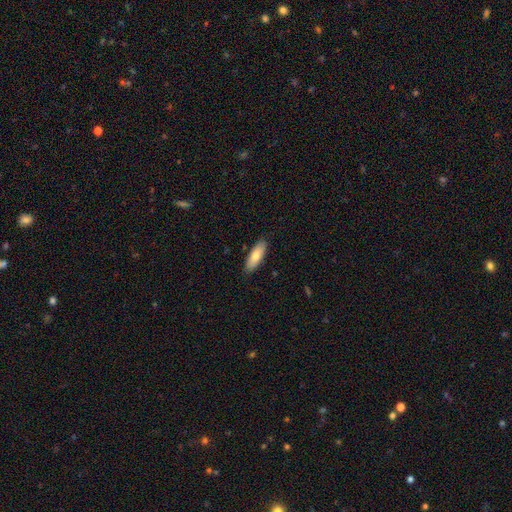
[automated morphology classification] A smooth galaxy with no disk features (75%) that is in between round and cigar-shaped (64%).

Vote fractions:
- Smooth or featured? smooth: 75% / featured or disk: 19% / star or artifact: 6%
- How rounded? in between: 64% / cigar-shaped: 35% / round: 2%
- Merging? none: 87% / minor disturbance: 10% / major disturbance: 2% / merger: 1%